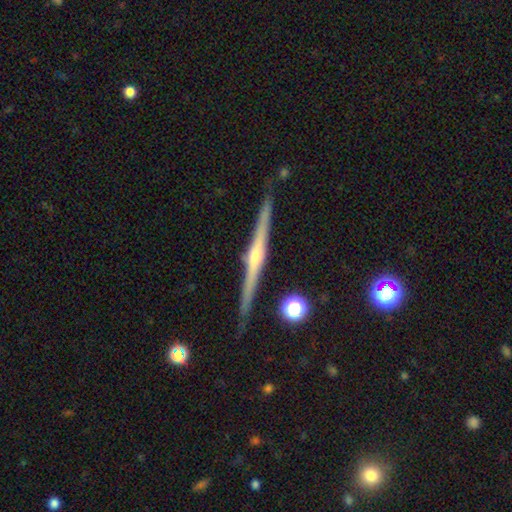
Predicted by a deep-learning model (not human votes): This appears to be a featured or disk galaxy (84%) viewed edge-on (98%) with a rounded central bulge (85%). Merging: none (90%).